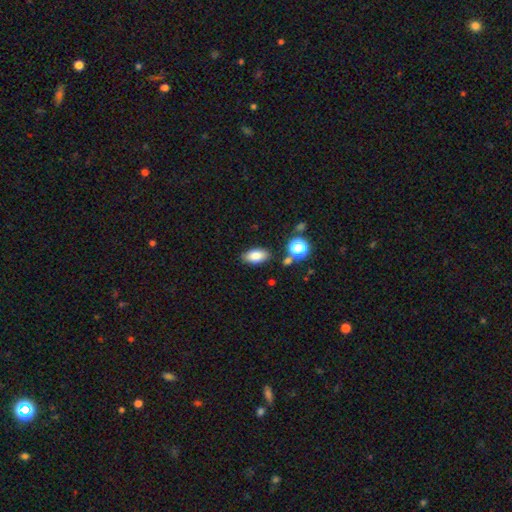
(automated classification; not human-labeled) smooth-or-featured: smooth: 82% | star or artifact: 9% | featured or disk: 9%
  how-rounded: in between: 90% | round: 6% | cigar-shaped: 4%
  merging: none: 82% | minor disturbance: 11% | merger: 4% | major disturbance: 3%